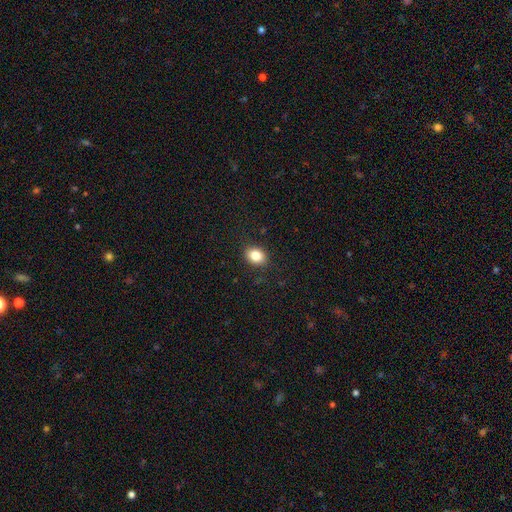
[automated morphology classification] Q: Smooth or featured?
A: smooth (84%); runner-up: star or artifact (10%)
Q: How rounded?
A: in between (58%); runner-up: round (41%)
Q: Merging?
A: none (88%); runner-up: minor disturbance (9%)